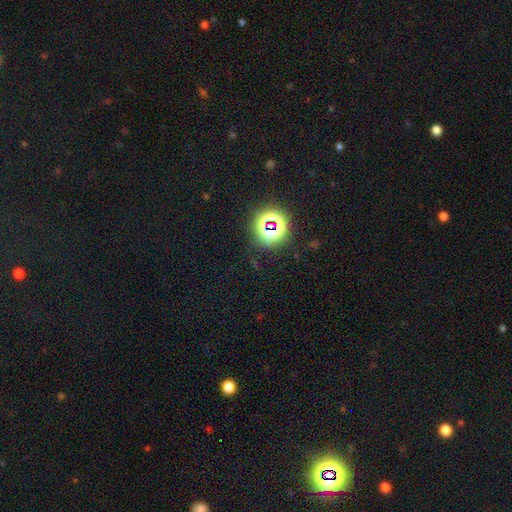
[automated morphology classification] smooth_or_featured: star or artifact (p=0.79) [alt: smooth p=0.13]